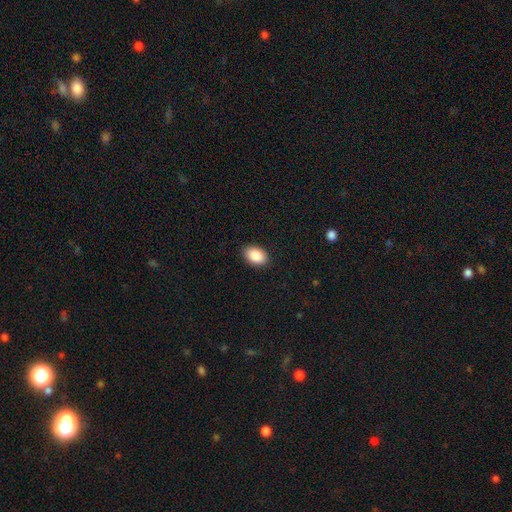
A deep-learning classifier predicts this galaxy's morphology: A smooth galaxy with no disk features (90%) that is in between round and cigar-shaped (88%).

Vote fractions:
- Smooth or featured? smooth: 90% / star or artifact: 7% / featured or disk: 3%
- How rounded? in between: 88% / round: 11% / cigar-shaped: 1%
- Merging? none: 89% / minor disturbance: 8% / major disturbance: 2% / merger: 1%